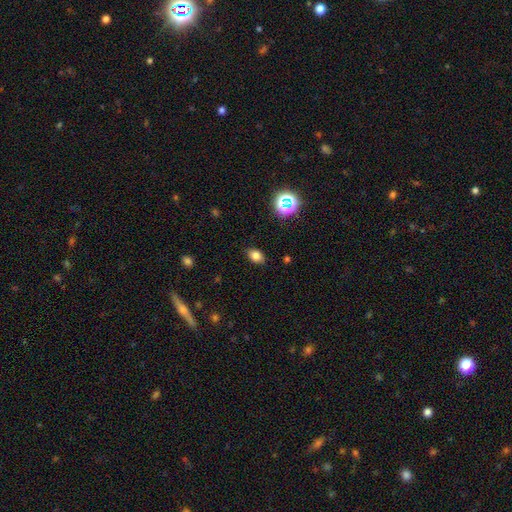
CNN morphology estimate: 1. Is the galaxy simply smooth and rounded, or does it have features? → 79% smooth, 14% star or artifact, 6% featured or disk.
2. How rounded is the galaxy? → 80% in between, 19% round, 1% cigar-shaped.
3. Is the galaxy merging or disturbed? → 87% none, 9% minor disturbance, 3% major disturbance, 1% merger.